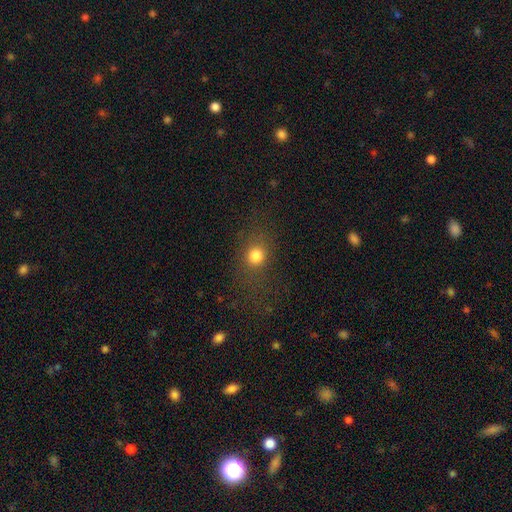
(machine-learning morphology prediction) This is likely a smooth galaxy (78%). How rounded: likely round (70%). Merging: likely none (74%).